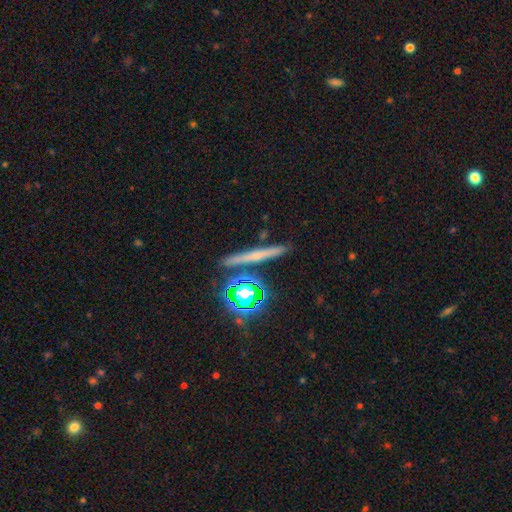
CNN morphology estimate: type=featured or disk (39%); merging=none (85%).